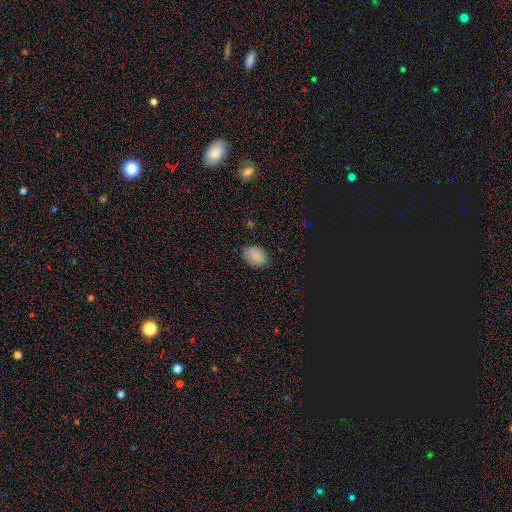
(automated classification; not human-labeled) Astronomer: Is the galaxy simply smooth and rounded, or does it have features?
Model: smooth — 82%.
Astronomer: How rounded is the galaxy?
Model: in between — 72%.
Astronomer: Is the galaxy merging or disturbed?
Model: none — 78%.